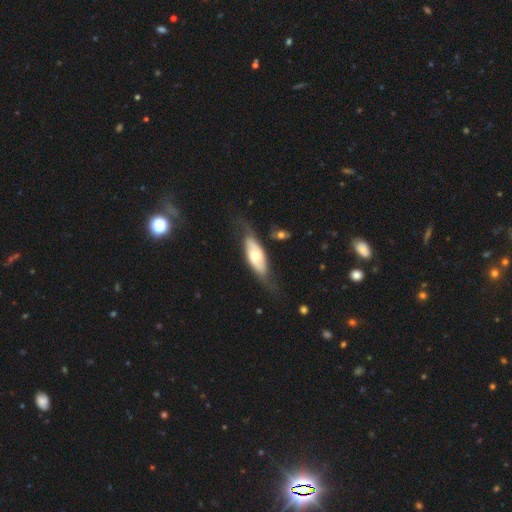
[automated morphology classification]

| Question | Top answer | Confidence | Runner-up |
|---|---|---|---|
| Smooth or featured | featured or disk | 56% | smooth (39%) |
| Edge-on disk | no | 74% | yes (26%) |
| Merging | none | 62% | minor disturbance (21%) |